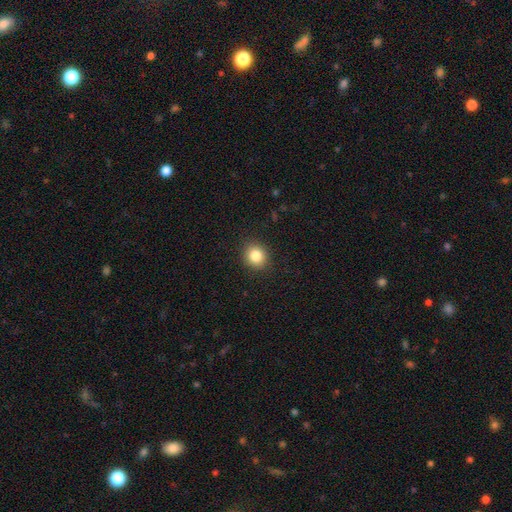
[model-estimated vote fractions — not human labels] Smooth or featured: smooth — 84% (star or artifact — 10%)
How rounded: round — 82% (in between — 17%)
Merging: none — 91% (minor disturbance — 6%)